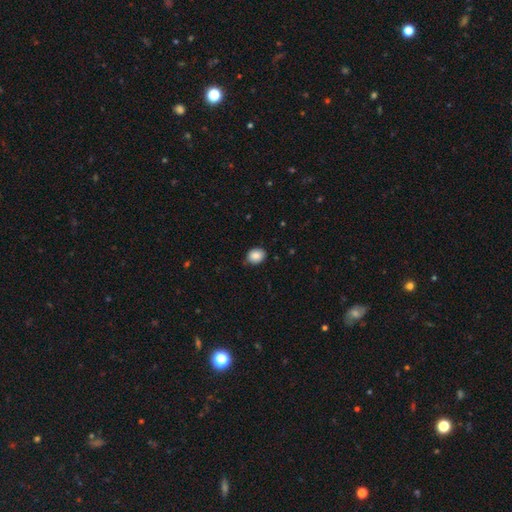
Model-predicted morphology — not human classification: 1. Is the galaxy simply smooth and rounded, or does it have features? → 87% smooth, 8% star or artifact, 5% featured or disk.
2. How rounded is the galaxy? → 56% in between, 43% round, 1% cigar-shaped.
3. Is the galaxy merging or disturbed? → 82% none, 14% minor disturbance, 2% major disturbance, 1% merger.